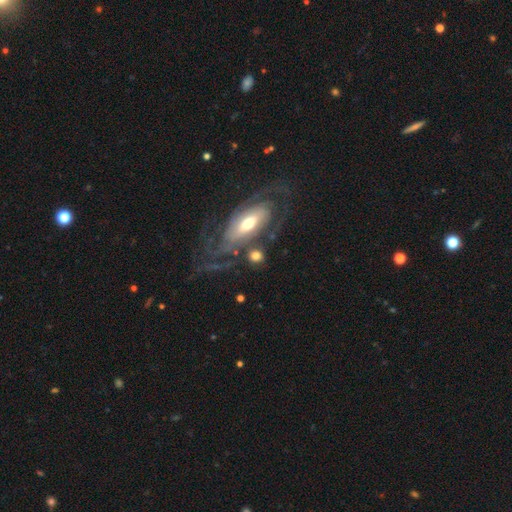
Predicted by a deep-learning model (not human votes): smooth_or_featured: featured or disk (p=0.54) [alt: smooth p=0.38]
disk_edge_on: no (p=0.83) [alt: yes p=0.17]
merging: none (p=0.63) [alt: minor disturbance p=0.15]